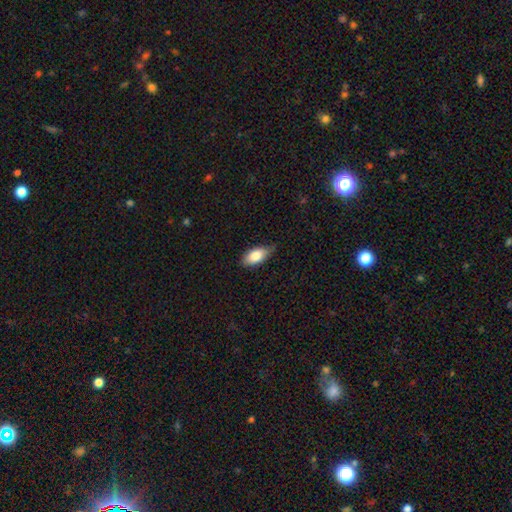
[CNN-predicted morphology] Q: Smooth or featured?
A: smooth (82%); runner-up: featured or disk (11%)
Q: How rounded?
A: in between (90%); runner-up: cigar-shaped (7%)
Q: Merging?
A: none (71%); runner-up: minor disturbance (24%)